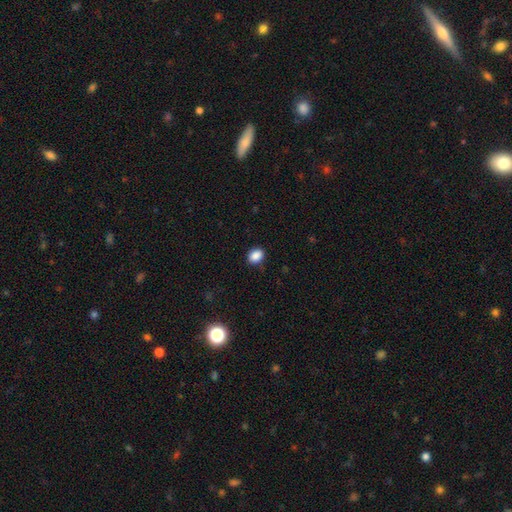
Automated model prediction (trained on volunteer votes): Smooth or featured? smooth (88%)
How rounded? in between (59%)
Merging? none (85%)